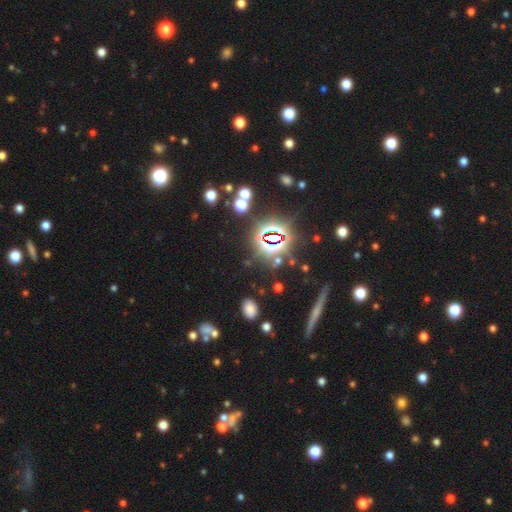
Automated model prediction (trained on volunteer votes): Morphology: type=star or artifact (78%).